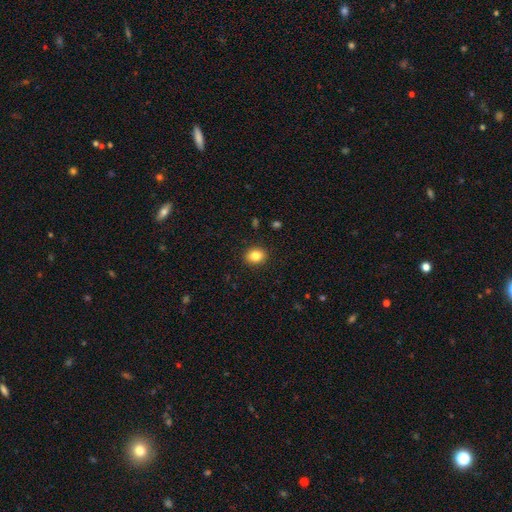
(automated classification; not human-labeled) smooth 84%, star or artifact 10%, featured or disk 6%. Down the decision tree: how rounded — round (56%); merging — none (90%).